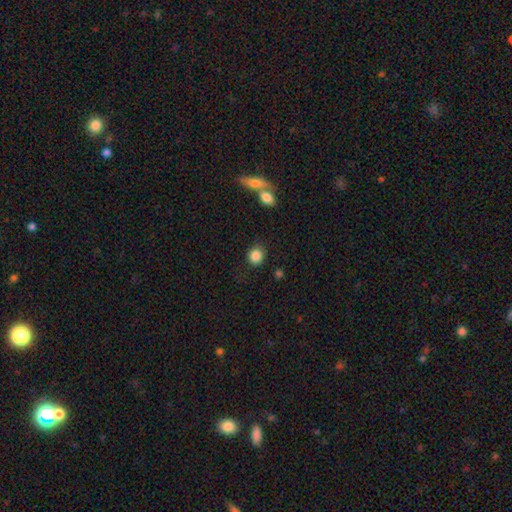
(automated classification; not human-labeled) smooth 86%, star or artifact 10%, featured or disk 4%. Down the decision tree: how rounded — round (81%); merging — none (82%).